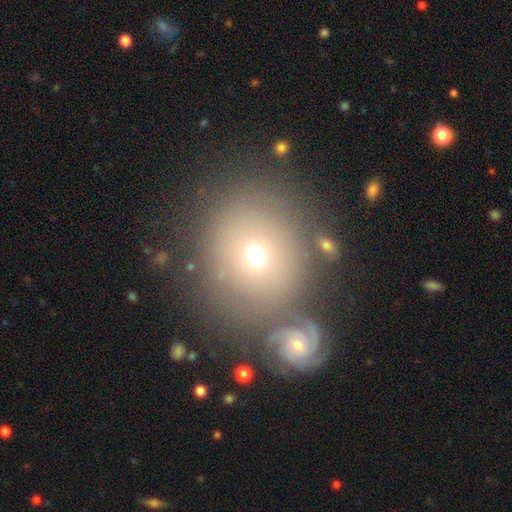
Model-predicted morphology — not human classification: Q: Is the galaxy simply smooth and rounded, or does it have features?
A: smooth — 60%.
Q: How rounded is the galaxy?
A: round — 85%.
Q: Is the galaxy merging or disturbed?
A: none — 69%.